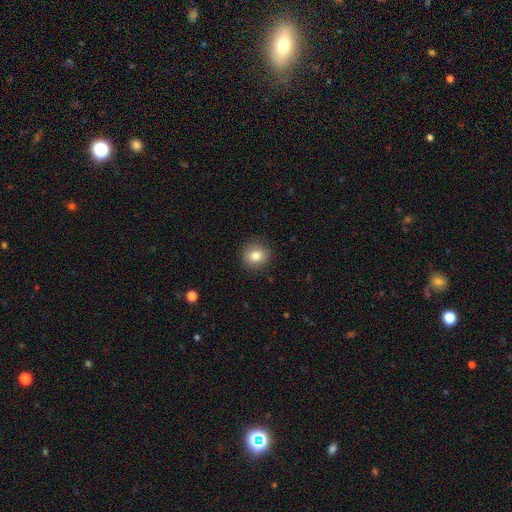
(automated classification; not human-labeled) smooth 81%, star or artifact 10%, featured or disk 9%. Down the decision tree: how rounded — round (84%); merging — none (89%).